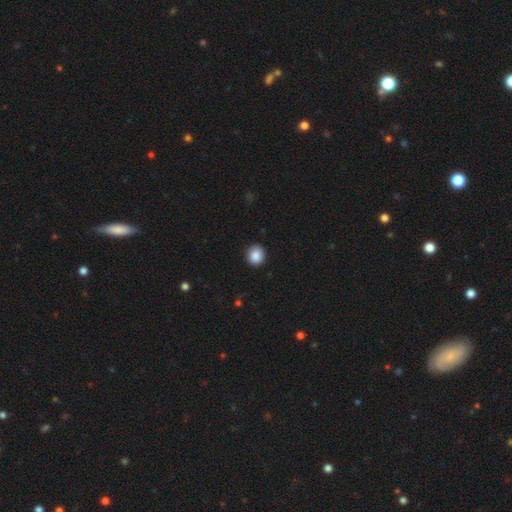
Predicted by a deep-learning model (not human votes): Smooth or featured? Predicted: smooth (p=0.88). How rounded? Predicted: round (p=0.77). Merging? Predicted: none (p=0.89).